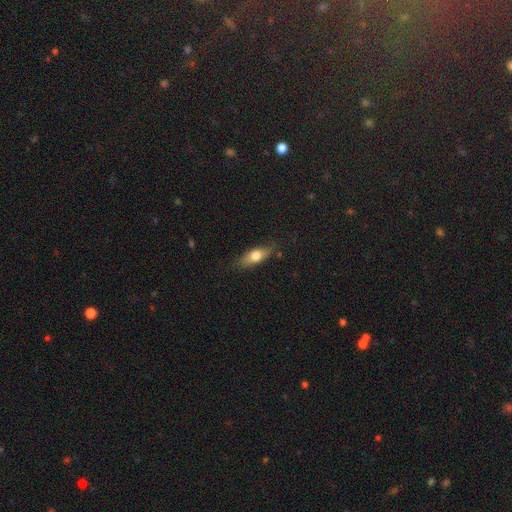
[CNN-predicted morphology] Smooth or featured: smooth — 69% (featured or disk — 24%)
How rounded: in between — 68% (cigar-shaped — 27%)
Merging: none — 75% (minor disturbance — 19%)